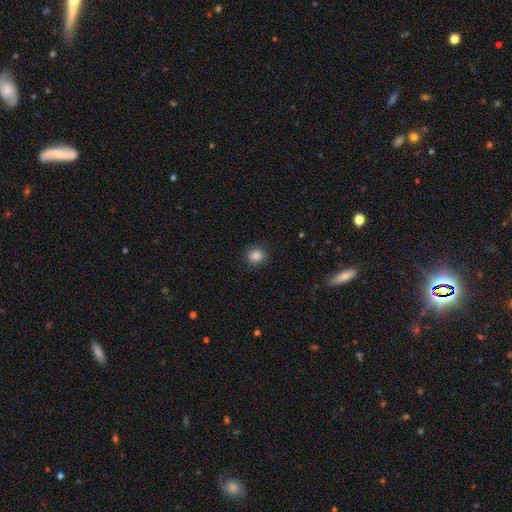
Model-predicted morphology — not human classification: smooth-or-featured: smooth: 86% | star or artifact: 10% | featured or disk: 4%
  how-rounded: round: 87% | in between: 12% | cigar-shaped: 1%
  merging: none: 88% | minor disturbance: 9% | major disturbance: 3% | merger: 1%